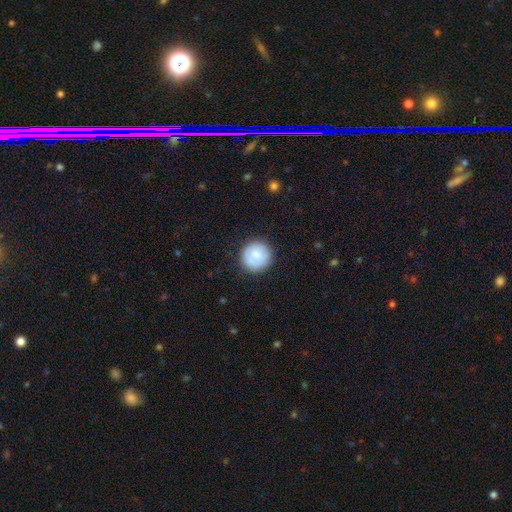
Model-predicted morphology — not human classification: smooth 79%, featured or disk 15%, star or artifact 6%. Down the decision tree: how rounded — round (94%); merging — none (84%).